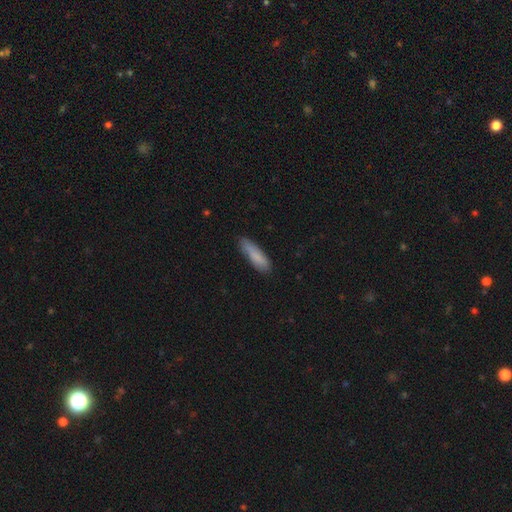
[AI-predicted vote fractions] Smooth or featured? smooth (82%)
How rounded? cigar-shaped (64%)
Merging? none (77%)